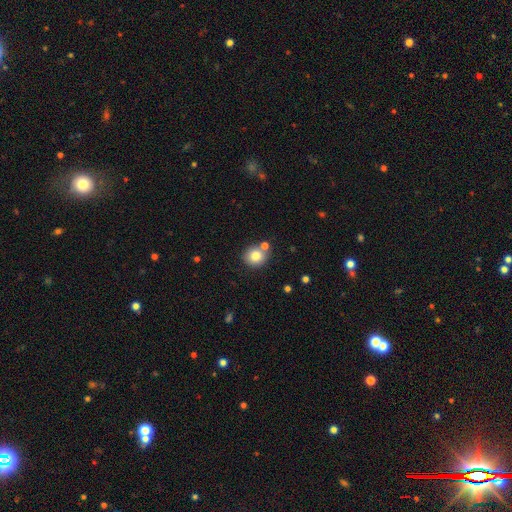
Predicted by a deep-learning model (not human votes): smooth 80%, star or artifact 11%, featured or disk 9%. Down the decision tree: how rounded — round (82%); merging — none (71%).